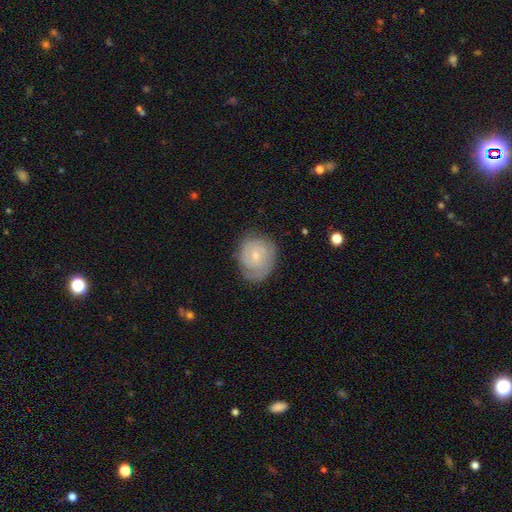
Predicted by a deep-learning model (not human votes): Morphology: type=featured or disk (61%); edge-on=no (97%); bar=no (71%); spiral arms=yes (85%); winding=tight (67%); arm count=can't tell (37%); bulge=small (68%); merging=none (69%).